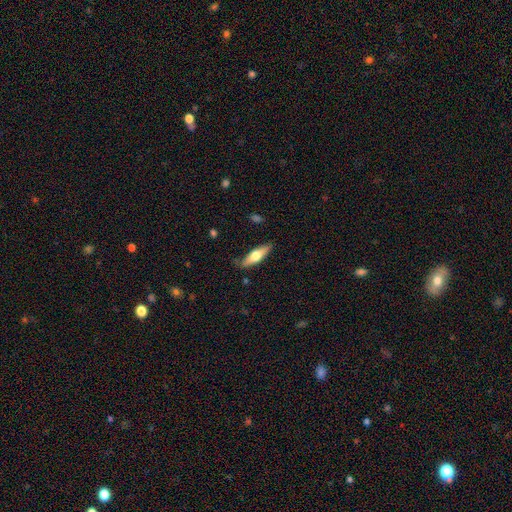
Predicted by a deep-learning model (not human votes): Smooth or featured? smooth (52%)
How rounded? cigar-shaped (53%)
Merging? none (83%)